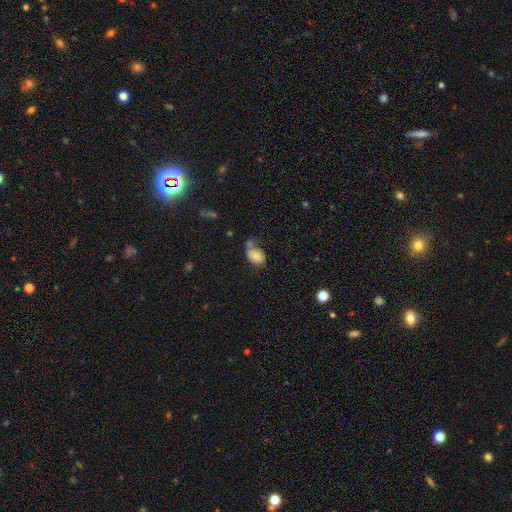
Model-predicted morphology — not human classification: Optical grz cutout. It shows a smooth galaxy with no disk features (67%) that is in between round and cigar-shaped (73%). Merging: none (33%).